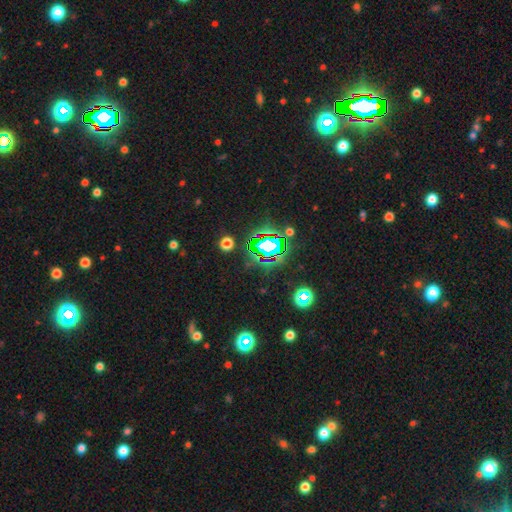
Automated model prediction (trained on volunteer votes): star or artifact 81%, smooth 12%, featured or disk 8%.